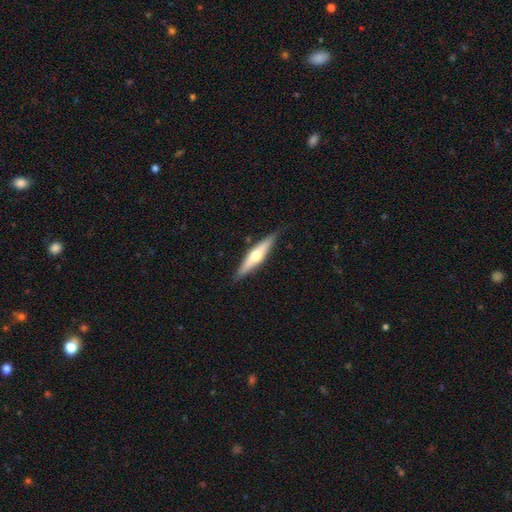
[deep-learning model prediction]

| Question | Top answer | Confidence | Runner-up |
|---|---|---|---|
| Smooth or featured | featured or disk | 56% | smooth (39%) |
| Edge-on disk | yes | 94% | no (6%) |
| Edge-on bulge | rounded | 91% | none (5%) |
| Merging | none | 87% | minor disturbance (10%) |